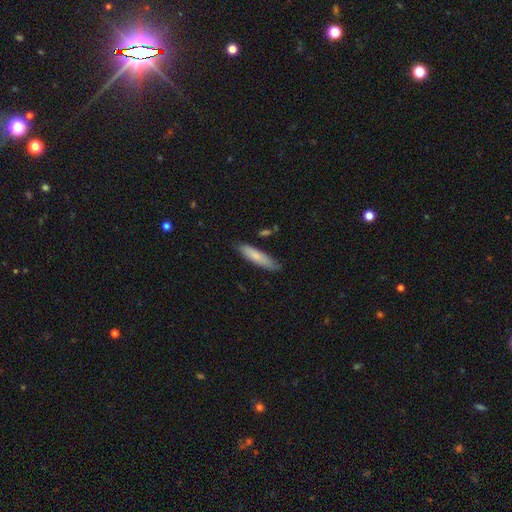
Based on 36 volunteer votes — smooth_or_featured: smooth (p=0.75) [alt: featured or disk p=0.22]
how_rounded: cigar-shaped (p=0.74) [alt: in between p=0.26]
merging: none (p=0.77) [alt: minor disturbance p=0.20]